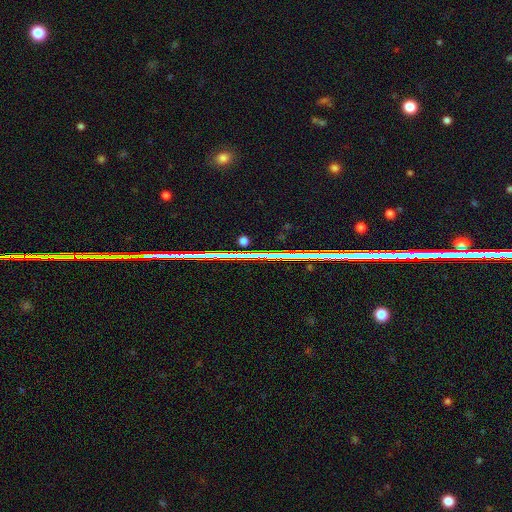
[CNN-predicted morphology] A star or artifact, not a galaxy (76%).

Vote fractions:
- Smooth or featured? star or artifact: 76% / featured or disk: 15% / smooth: 10%